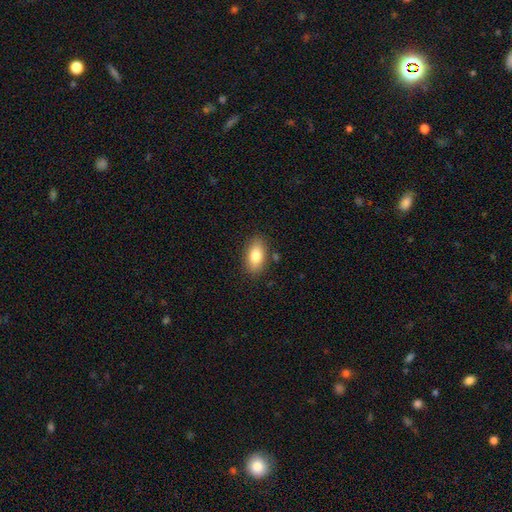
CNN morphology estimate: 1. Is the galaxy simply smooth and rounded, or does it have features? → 82% smooth, 11% featured or disk, 7% star or artifact.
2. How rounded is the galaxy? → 91% in between, 5% round, 4% cigar-shaped.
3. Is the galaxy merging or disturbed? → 85% none, 10% minor disturbance, 3% major disturbance, 2% merger.